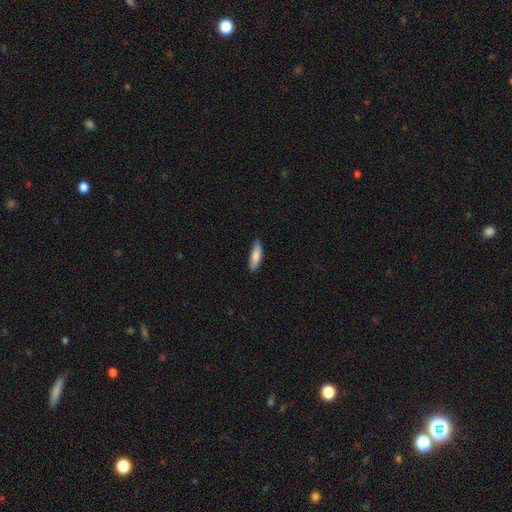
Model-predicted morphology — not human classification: Smooth or featured: smooth — 83% (featured or disk — 12%)
How rounded: cigar-shaped — 52% (in between — 47%)
Merging: none — 81% (minor disturbance — 16%)